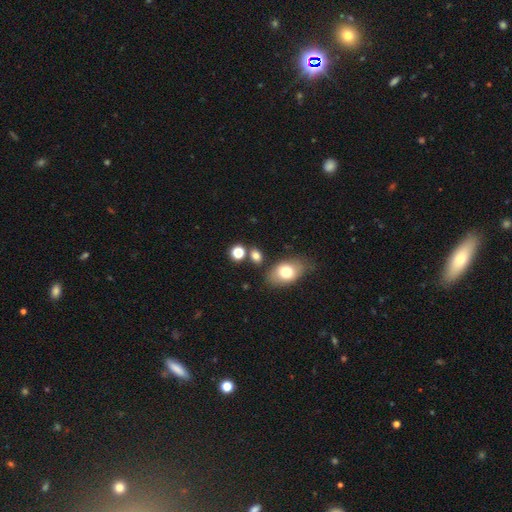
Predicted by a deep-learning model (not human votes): This appears to be a smooth galaxy with no disk features (76%) that is in between round and cigar-shaped (54%). Merging: none (71%).